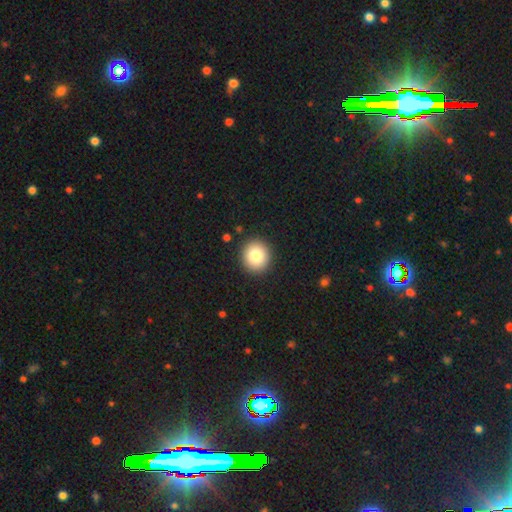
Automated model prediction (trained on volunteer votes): Smooth or featured? smooth (81%)
How rounded? round (88%)
Merging? none (91%)